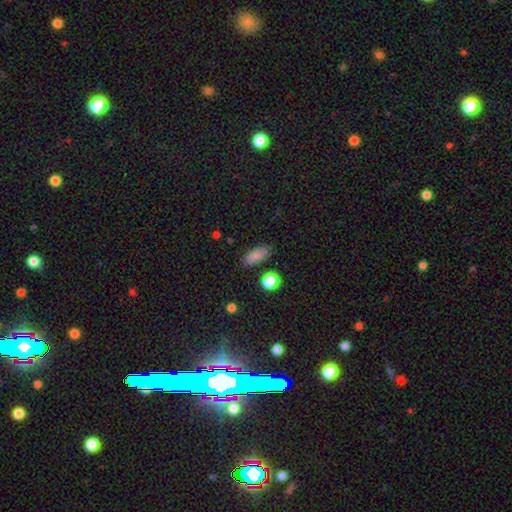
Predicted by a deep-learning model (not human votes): Smooth or featured? Predicted: smooth (p=0.84). How rounded? Predicted: in between (p=0.83). Merging? Predicted: none (p=0.82).